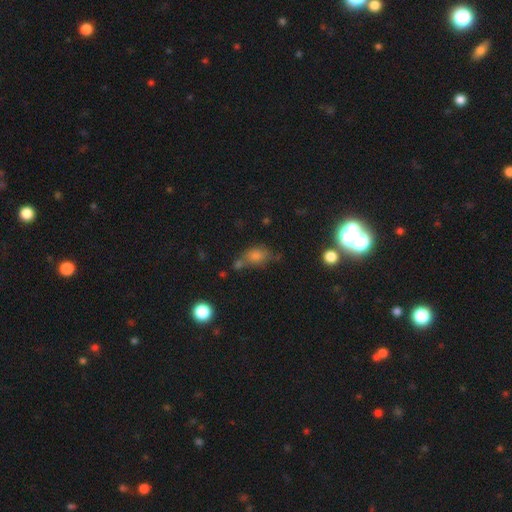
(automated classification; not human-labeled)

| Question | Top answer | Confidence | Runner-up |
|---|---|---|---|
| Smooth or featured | smooth | 70% | star or artifact (17%) |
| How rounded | in between | 73% | round (23%) |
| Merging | none | 48% | merger (22%) |